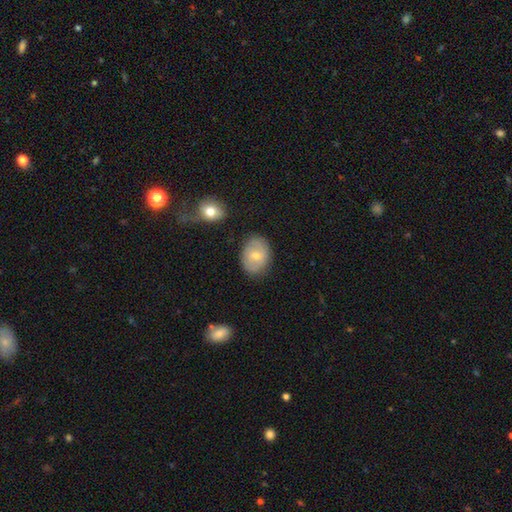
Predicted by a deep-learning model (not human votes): smooth_or_featured: smooth (p=0.58) [alt: featured or disk p=0.33]
how_rounded: in between (p=0.72) [alt: round p=0.27]
merging: none (p=0.78) [alt: minor disturbance p=0.15]